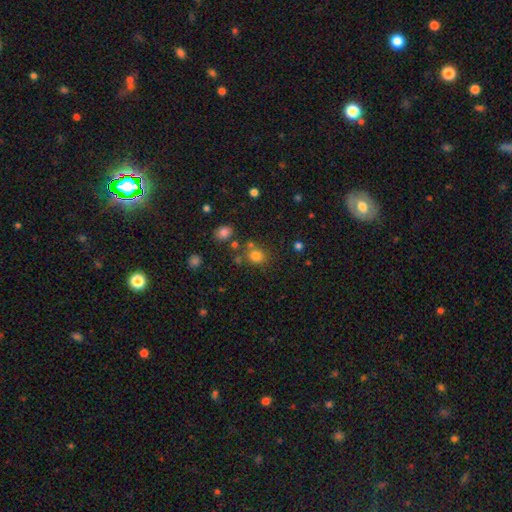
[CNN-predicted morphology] type=smooth (77%); roundness=round (74%); merging=none (68%).